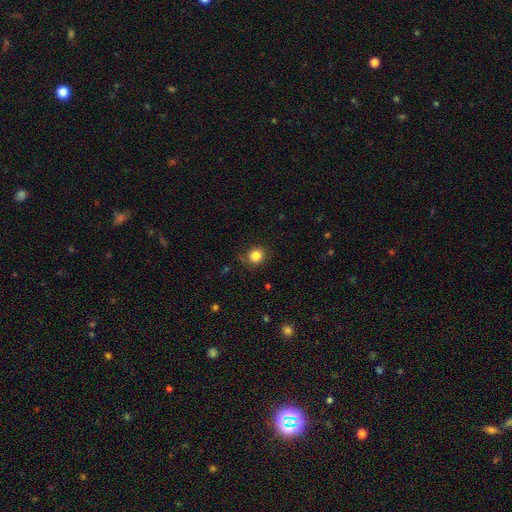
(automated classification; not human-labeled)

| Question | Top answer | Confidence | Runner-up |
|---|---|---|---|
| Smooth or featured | smooth | 83% | star or artifact (11%) |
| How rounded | round | 84% | in between (15%) |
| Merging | none | 80% | minor disturbance (15%) |